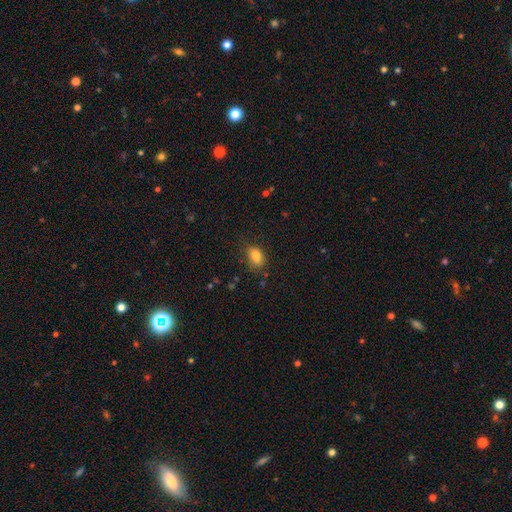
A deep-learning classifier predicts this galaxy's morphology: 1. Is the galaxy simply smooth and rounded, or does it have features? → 82% smooth, 9% star or artifact, 8% featured or disk.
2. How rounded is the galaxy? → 84% in between, 14% round, 2% cigar-shaped.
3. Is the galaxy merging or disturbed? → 74% none, 20% minor disturbance, 5% major disturbance, 2% merger.